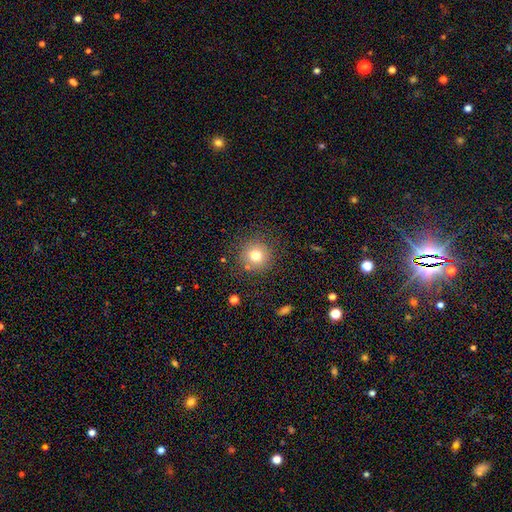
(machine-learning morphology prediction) type=smooth (76%); roundness=round (94%); merging=none (85%).